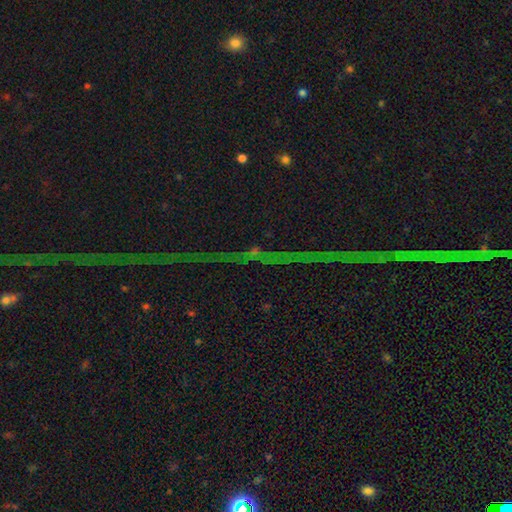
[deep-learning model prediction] smooth_or_featured: star or artifact (p=0.77) [alt: featured or disk p=0.15]